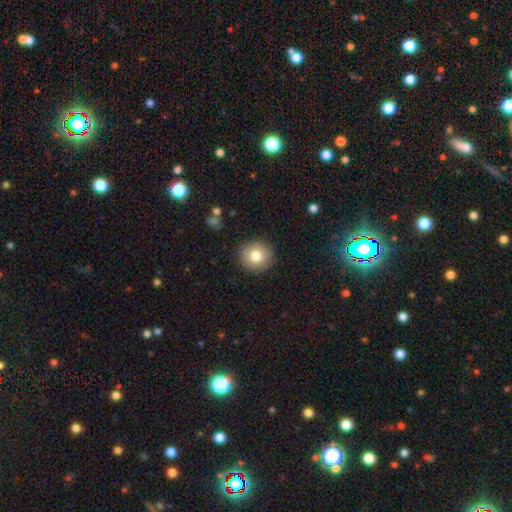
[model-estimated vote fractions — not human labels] Smooth or featured? Predicted: smooth (p=0.80). How rounded? Predicted: round (p=0.93). Merging? Predicted: none (p=0.90).